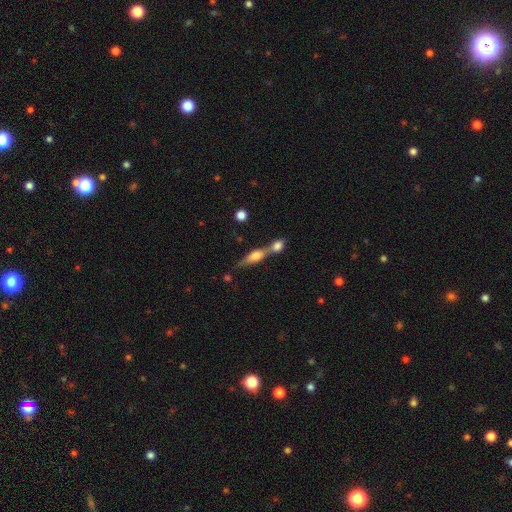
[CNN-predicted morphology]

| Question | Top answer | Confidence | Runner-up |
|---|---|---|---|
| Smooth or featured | smooth | 47% | featured or disk (45%) |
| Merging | merger | 56% | none (33%) |